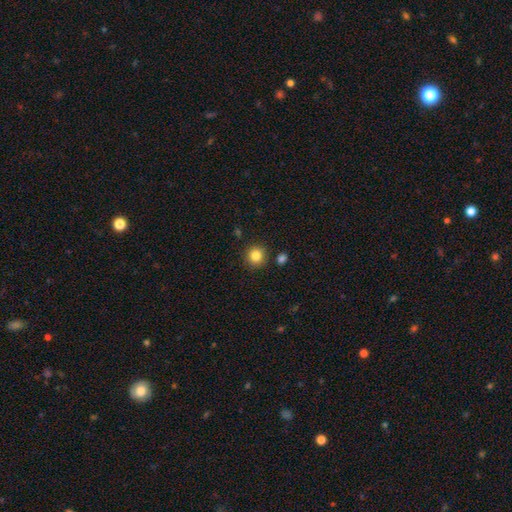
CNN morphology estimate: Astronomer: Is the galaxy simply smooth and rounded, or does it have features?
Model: smooth — 84%.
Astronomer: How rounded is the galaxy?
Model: round — 91%.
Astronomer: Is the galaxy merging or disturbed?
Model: none — 86%.